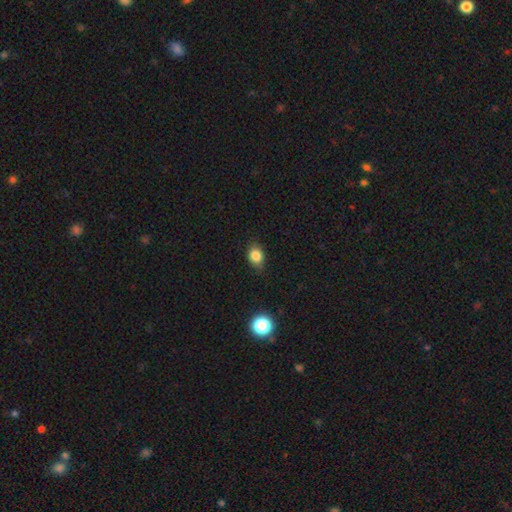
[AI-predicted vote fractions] Q: Smooth or featured?
A: smooth (84%); runner-up: star or artifact (11%)
Q: How rounded?
A: in between (61%); runner-up: round (37%)
Q: Merging?
A: none (77%); runner-up: minor disturbance (18%)